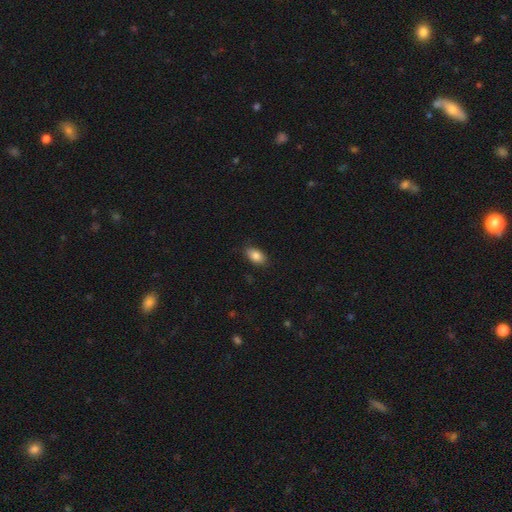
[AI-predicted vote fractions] Smooth or featured: smooth — 84% (star or artifact — 8%)
How rounded: in between — 91% (round — 6%)
Merging: none — 85% (minor disturbance — 12%)